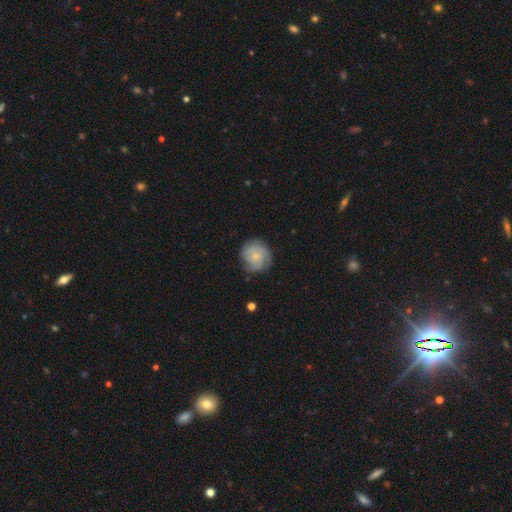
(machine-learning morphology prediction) smooth_or_featured: featured or disk (p=0.52) [alt: smooth p=0.41]
disk_edge_on: no (p=0.98) [alt: yes p=0.02]
bar: no (p=0.81) [alt: weak p=0.17]
has_spiral_arms: yes (p=0.86) [alt: no p=0.14]
bulge_size: small (p=0.68) [alt: moderate p=0.22]
merging: none (p=0.75) [alt: minor disturbance p=0.18]